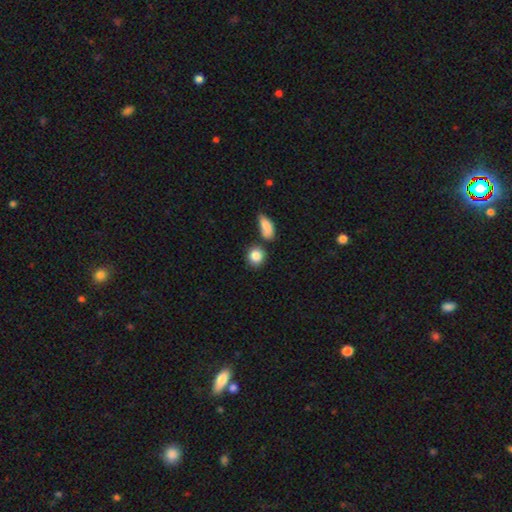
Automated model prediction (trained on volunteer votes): Overall: smooth (85%). How rounded: round (76%). Merging: none (70%).